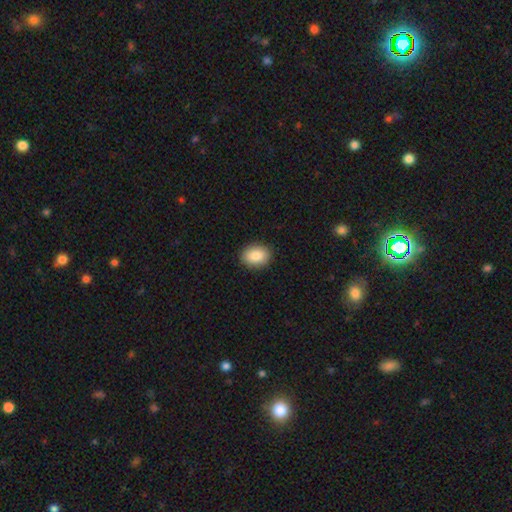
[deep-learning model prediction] Q: Smooth or featured?
A: smooth (88%); runner-up: star or artifact (7%)
Q: How rounded?
A: in between (70%); runner-up: round (29%)
Q: Merging?
A: none (89%); runner-up: minor disturbance (8%)